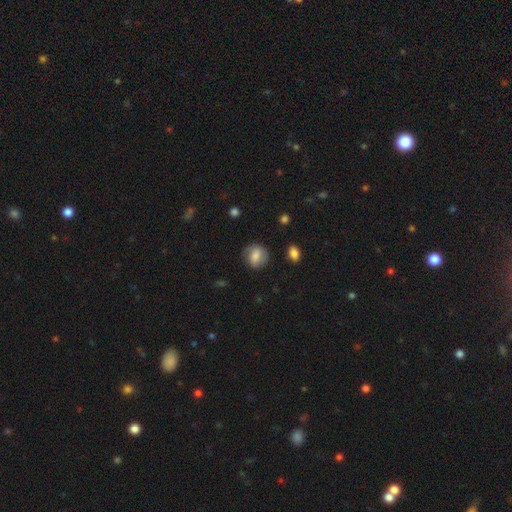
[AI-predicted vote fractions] Q: Smooth or featured?
A: smooth (73%); runner-up: featured or disk (19%)
Q: How rounded?
A: round (72%); runner-up: in between (26%)
Q: Merging?
A: none (76%); runner-up: minor disturbance (17%)